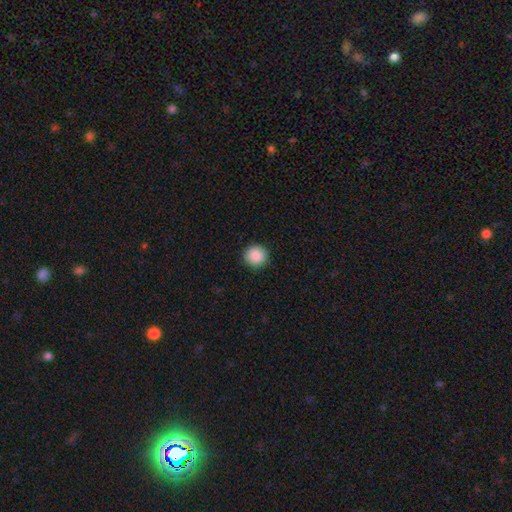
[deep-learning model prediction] Smooth or featured? smooth (89%)
How rounded? round (93%)
Merging? none (92%)